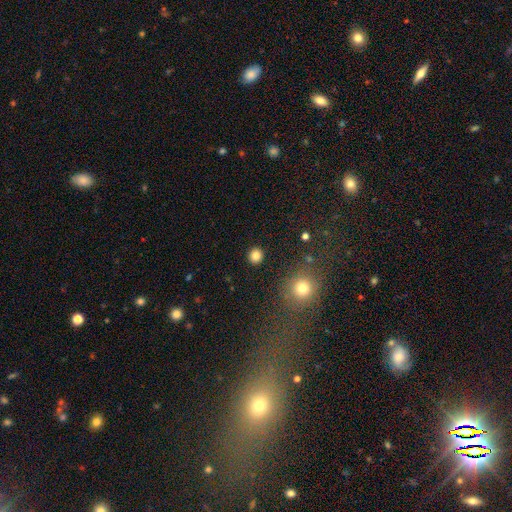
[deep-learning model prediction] Q: Smooth or featured?
A: smooth (84%); runner-up: star or artifact (12%)
Q: How rounded?
A: round (90%); runner-up: in between (9%)
Q: Merging?
A: none (91%); runner-up: minor disturbance (5%)